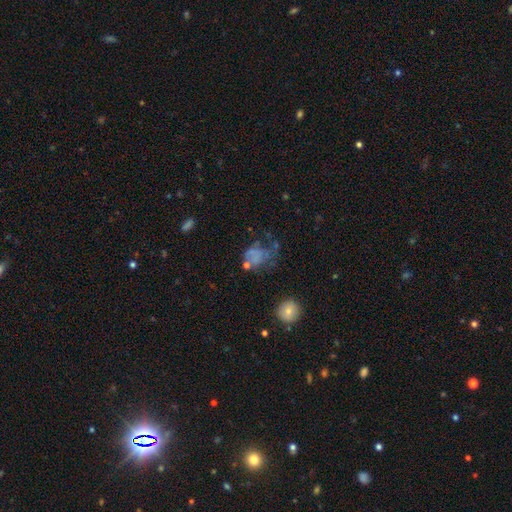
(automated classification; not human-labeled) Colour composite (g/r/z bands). It shows a smooth galaxy with no disk features (54%) that is in between round and cigar-shaped (54%). Merging: major disturbance (44%).